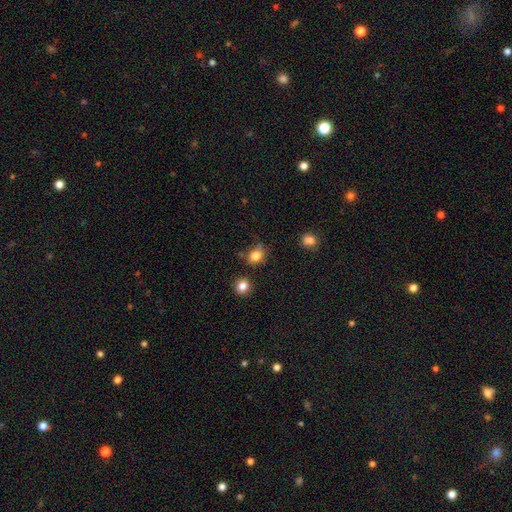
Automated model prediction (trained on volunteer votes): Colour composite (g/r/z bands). It shows a smooth galaxy with no disk features (81%) that is round (57%). Merging: none (64%).